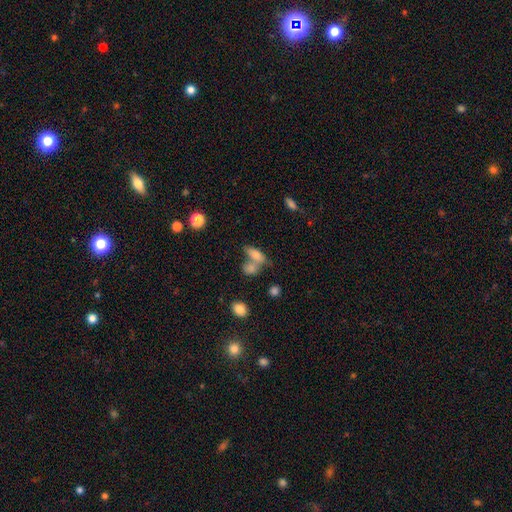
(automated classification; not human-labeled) Q: Smooth or featured?
A: smooth (72%); runner-up: featured or disk (18%)
Q: How rounded?
A: in between (75%); runner-up: cigar-shaped (17%)
Q: Merging?
A: merger (50%); runner-up: none (33%)